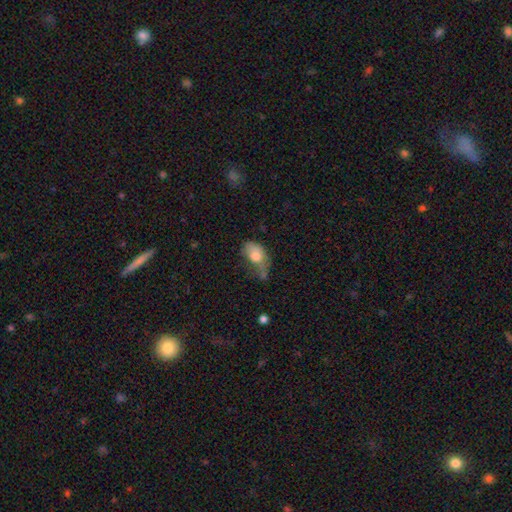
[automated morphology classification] smooth-or-featured: smooth: 73% | featured or disk: 19% | star or artifact: 8%
  how-rounded: in between: 84% | round: 14% | cigar-shaped: 2%
  merging: minor disturbance: 32% | major disturbance: 29% | none: 24% | merger: 15%